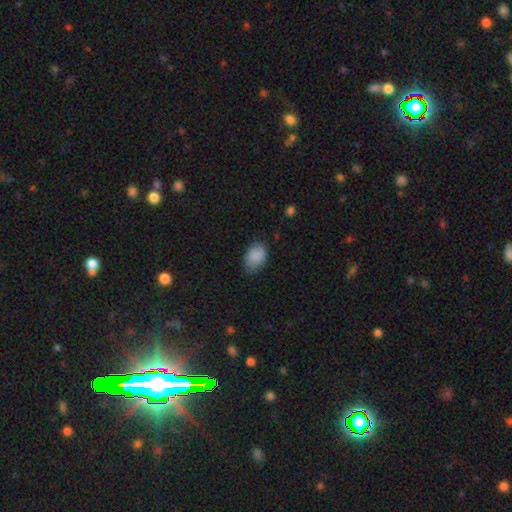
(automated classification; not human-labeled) A smooth galaxy with no disk features (88%) that is in between round and cigar-shaped (83%). Merging: none (72%).